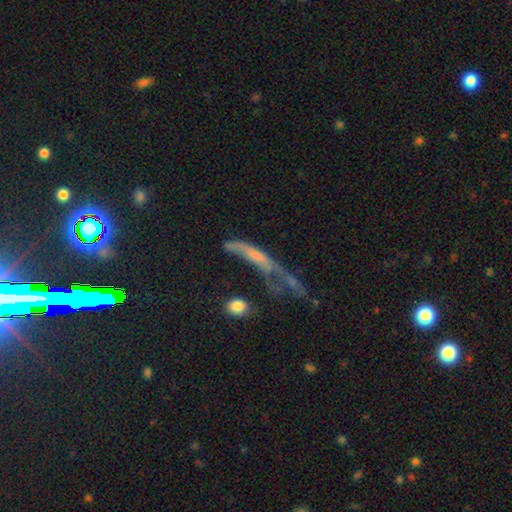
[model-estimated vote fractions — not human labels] smooth-or-featured: featured or disk: 43% | smooth: 35% | star or artifact: 22%
  merging: major disturbance: 40% | none: 25% | merger: 18% | minor disturbance: 17%